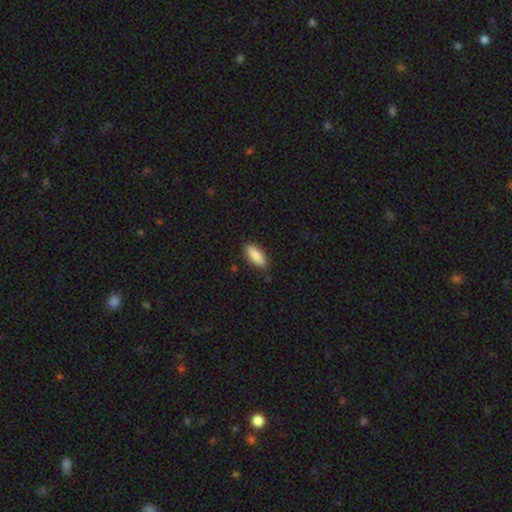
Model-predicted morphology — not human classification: A smooth galaxy with no disk features (87%) that is in between round and cigar-shaped (71%).

Vote fractions:
- Smooth or featured? smooth: 87% / featured or disk: 7% / star or artifact: 6%
- How rounded? in between: 71% / cigar-shaped: 27% / round: 2%
- Merging? none: 87% / minor disturbance: 10% / major disturbance: 2% / merger: 1%